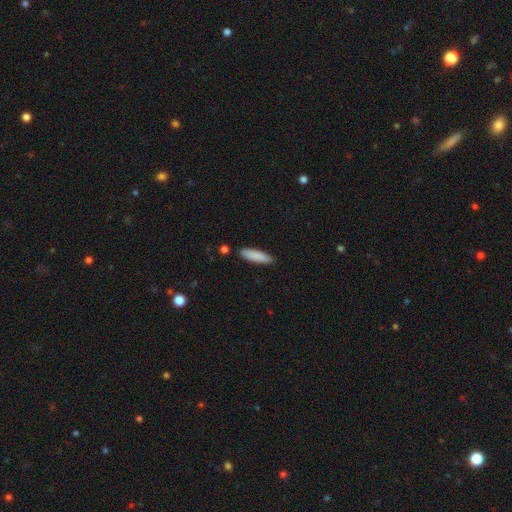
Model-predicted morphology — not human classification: This appears to be a smooth galaxy with no disk features (87%) that is cigar-shaped (66%). Merging: none (87%).